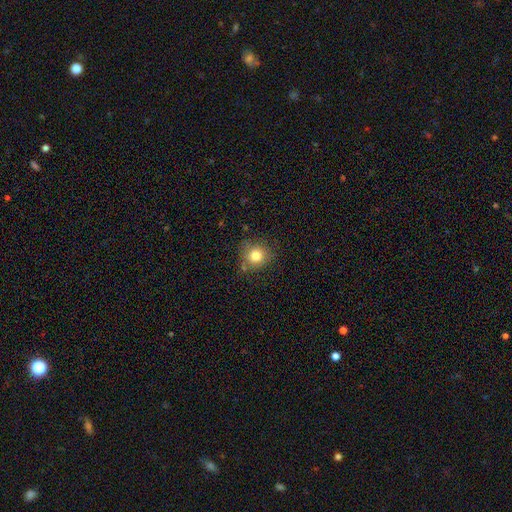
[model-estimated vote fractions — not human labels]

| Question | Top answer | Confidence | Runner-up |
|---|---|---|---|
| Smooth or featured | smooth | 79% | star or artifact (12%) |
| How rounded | round | 89% | in between (10%) |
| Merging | none | 77% | minor disturbance (14%) |